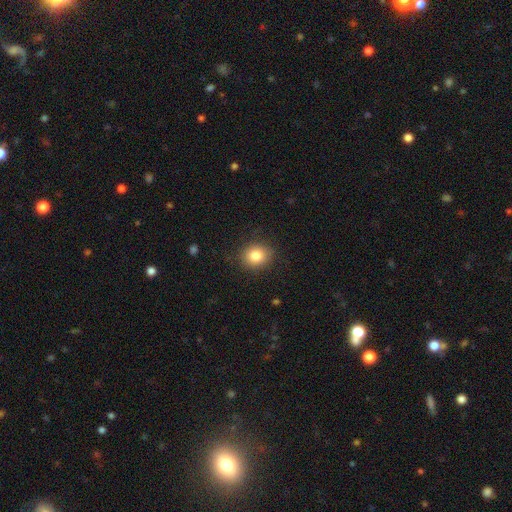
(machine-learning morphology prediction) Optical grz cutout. It shows a smooth galaxy with no disk features (83%) that is round (73%). Merging: none (87%).